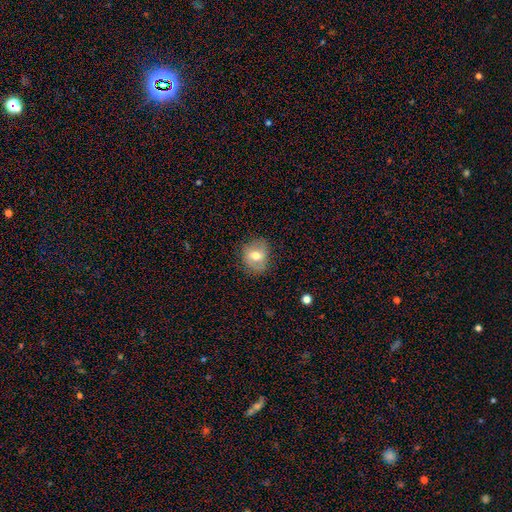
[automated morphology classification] Smooth or featured? smooth (64%)
How rounded? round (64%)
Merging? none (78%)